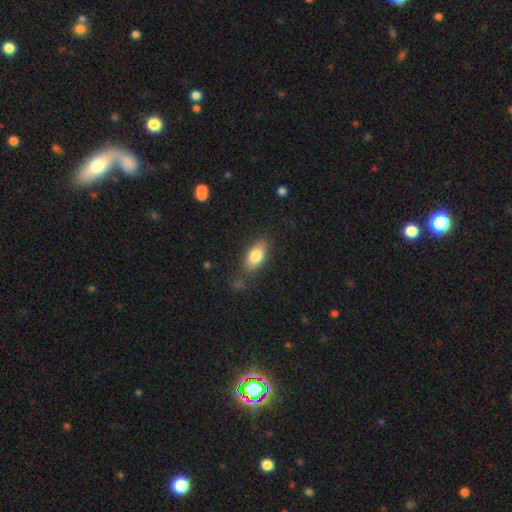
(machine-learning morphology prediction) A smooth galaxy with no disk features (80%) that is in between round and cigar-shaped (85%).

Vote fractions:
- Smooth or featured? smooth: 80% / featured or disk: 13% / star or artifact: 7%
- How rounded? in between: 85% / cigar-shaped: 9% / round: 5%
- Merging? none: 74% / minor disturbance: 18% / major disturbance: 5% / merger: 3%